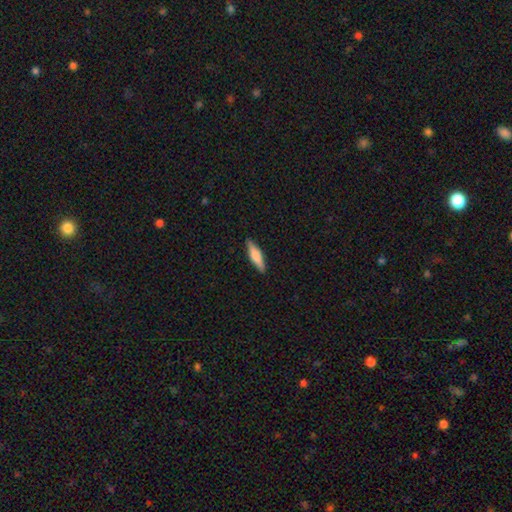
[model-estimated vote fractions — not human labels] smooth 64%, featured or disk 30%, star or artifact 6%. Down the decision tree: how rounded — cigar-shaped (75%); merging — none (90%).